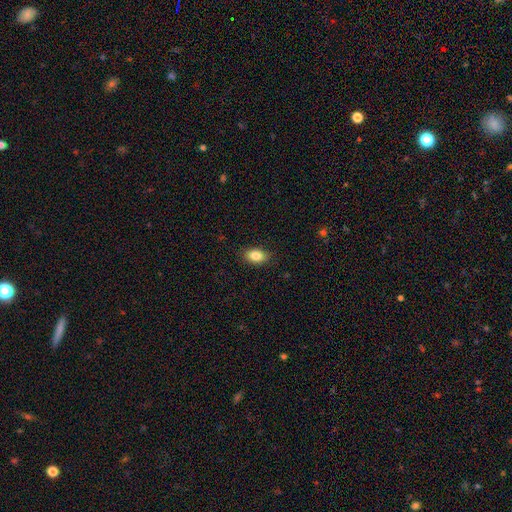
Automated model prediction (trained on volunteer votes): smooth 85%, star or artifact 8%, featured or disk 7%. Down the decision tree: how rounded — in between (87%); merging — none (87%).